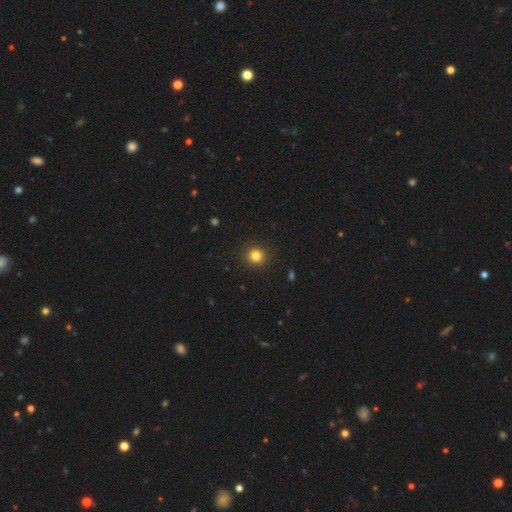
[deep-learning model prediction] Smooth or featured? Predicted: smooth (p=0.83). How rounded? Predicted: round (p=0.93). Merging? Predicted: none (p=0.92).